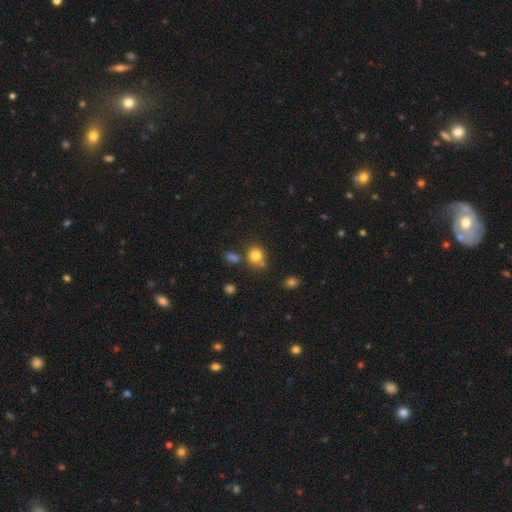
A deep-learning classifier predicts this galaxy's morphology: Smooth or featured?
  - smooth: 80% *
  - star or artifact: 13%
  - featured or disk: 7%
How rounded?
  - round: 75% *
  - in between: 24%
  - cigar-shaped: 1%
Merging?
  - none: 67% *
  - minor disturbance: 14%
  - merger: 14%
  - major disturbance: 5%